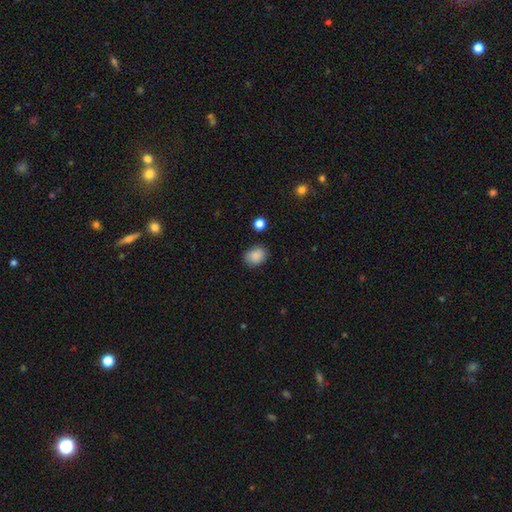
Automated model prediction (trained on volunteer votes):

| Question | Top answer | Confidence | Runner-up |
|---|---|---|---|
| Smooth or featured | smooth | 86% | star or artifact (9%) |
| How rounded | in between | 51% | round (48%) |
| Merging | none | 81% | minor disturbance (14%) |